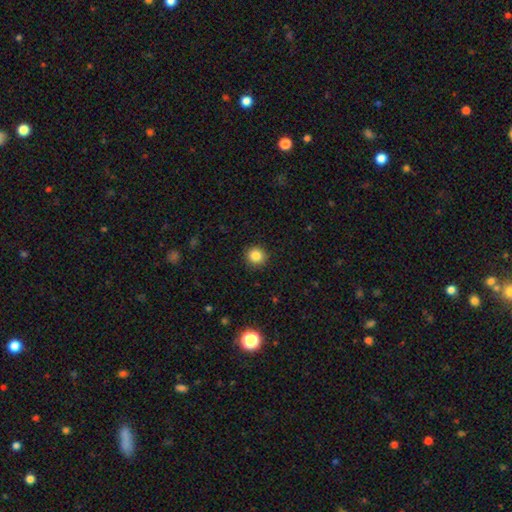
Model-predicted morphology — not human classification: This is clearly a smooth galaxy (85%). How rounded: clearly round (91%). Merging: clearly none (91%).